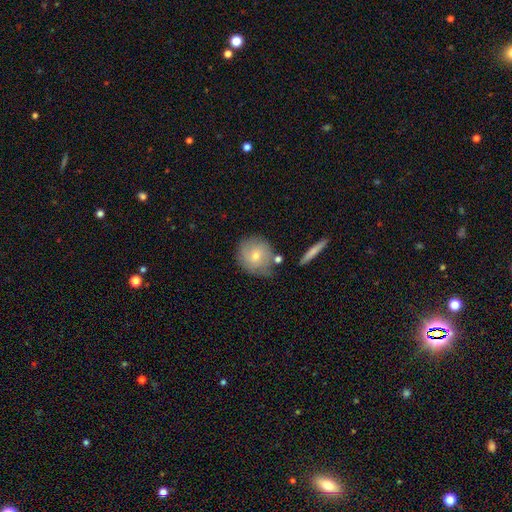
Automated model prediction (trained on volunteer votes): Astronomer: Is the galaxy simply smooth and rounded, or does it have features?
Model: smooth — 54% (runner-up: featured or disk, 38%).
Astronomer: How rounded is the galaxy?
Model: round — 84%.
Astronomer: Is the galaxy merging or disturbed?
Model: none — 71%.